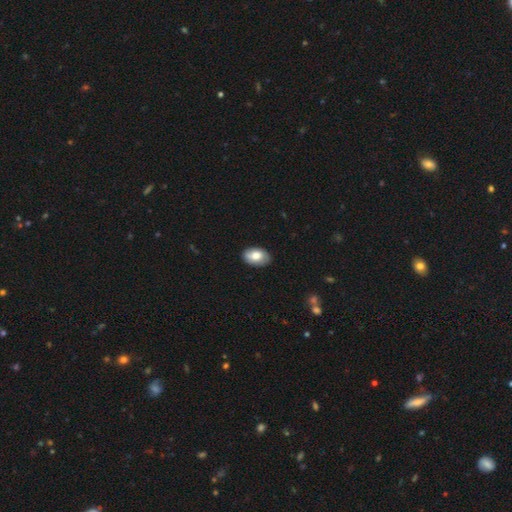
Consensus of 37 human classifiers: smooth 65%, featured or disk 35%, star or artifact 0%. Down the decision tree: how rounded — in between (88%); merging — none (84%).